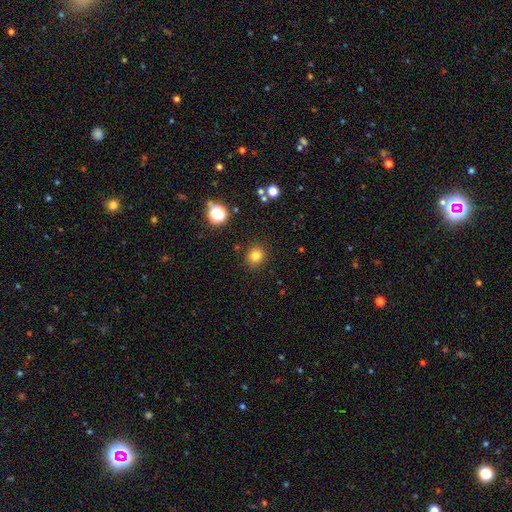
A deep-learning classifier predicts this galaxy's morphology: type=smooth (80%); roundness=round (85%); merging=none (88%).